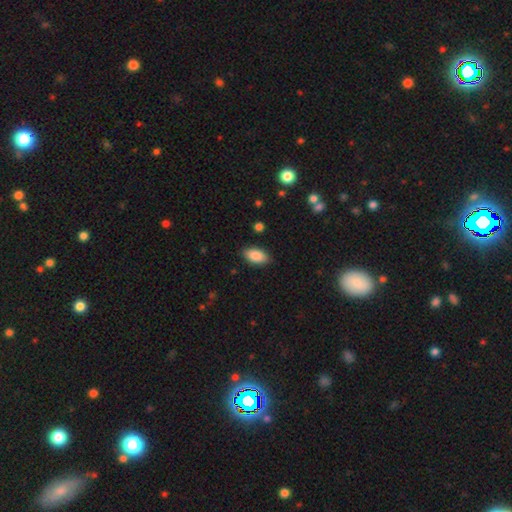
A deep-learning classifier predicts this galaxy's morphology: Q: Smooth or featured?
A: smooth (87%); runner-up: star or artifact (7%)
Q: How rounded?
A: in between (93%); runner-up: cigar-shaped (4%)
Q: Merging?
A: none (88%); runner-up: minor disturbance (9%)